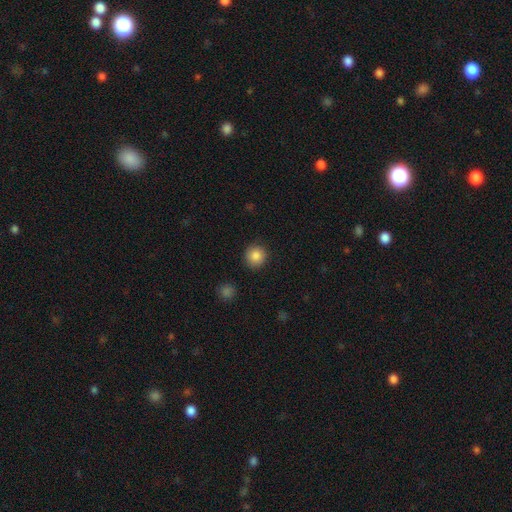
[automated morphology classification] Smooth or featured?
  - smooth: 86% *
  - star or artifact: 9%
  - featured or disk: 5%
How rounded?
  - round: 93% *
  - in between: 6%
  - cigar-shaped: 1%
Merging?
  - none: 91% *
  - minor disturbance: 6%
  - major disturbance: 2%
  - merger: 1%